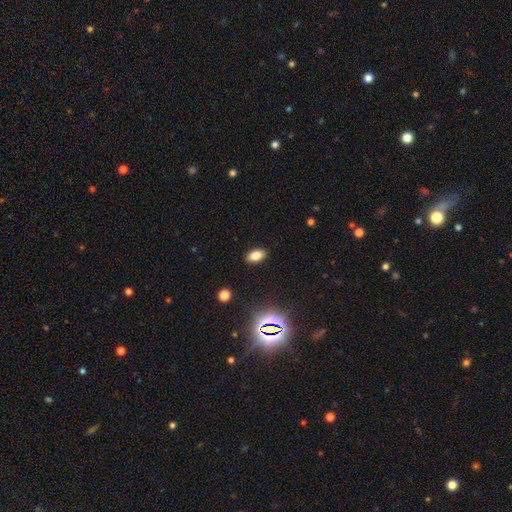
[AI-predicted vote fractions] Smooth or featured? Predicted: smooth (p=0.78). How rounded? Predicted: in between (p=0.89). Merging? Predicted: none (p=0.89).